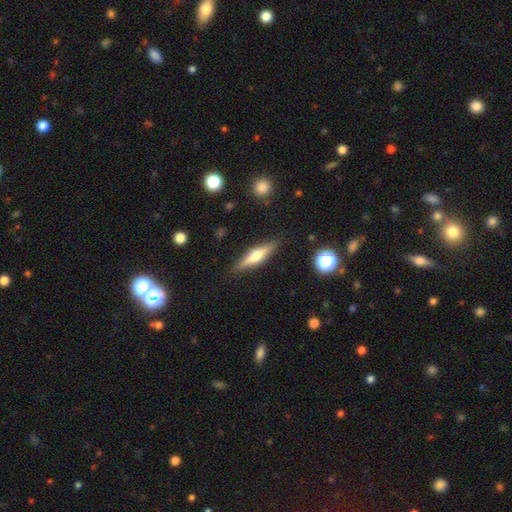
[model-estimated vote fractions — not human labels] smooth_or_featured: smooth (p=0.48) [alt: featured or disk p=0.45]
merging: none (p=0.87) [alt: minor disturbance p=0.09]